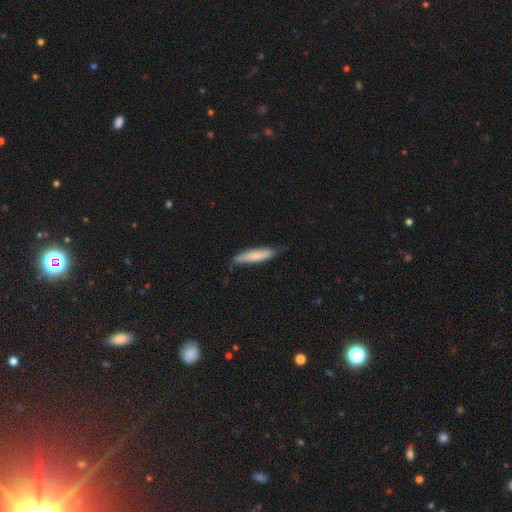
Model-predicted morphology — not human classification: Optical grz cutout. It shows a smooth galaxy with no disk features (75%) that is cigar-shaped (80%). Merging: none (74%).